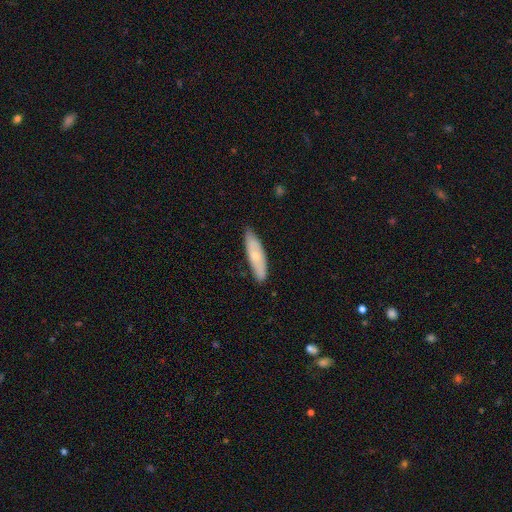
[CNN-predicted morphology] Smooth or featured? Predicted: smooth (p=0.62). How rounded? Predicted: cigar-shaped (p=0.63). Merging? Predicted: none (p=0.82).